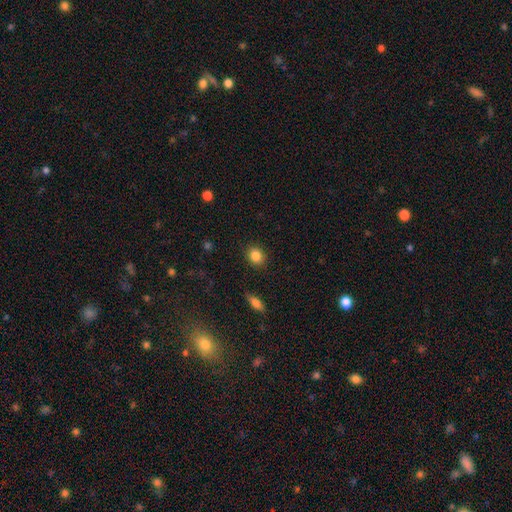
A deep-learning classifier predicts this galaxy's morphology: smooth-or-featured: smooth: 85% | star or artifact: 10% | featured or disk: 5%
  how-rounded: round: 63% | in between: 36% | cigar-shaped: 1%
  merging: none: 89% | minor disturbance: 8% | major disturbance: 2% | merger: 1%